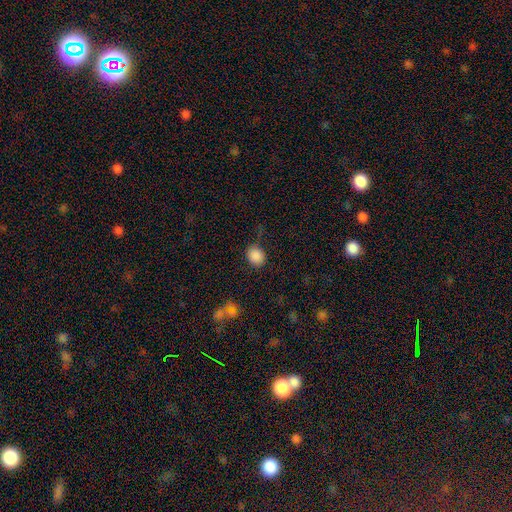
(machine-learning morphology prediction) smooth_or_featured: smooth (p=0.86) [alt: star or artifact p=0.10]
how_rounded: round (p=0.69) [alt: in between p=0.30]
merging: none (p=0.71) [alt: minor disturbance p=0.19]